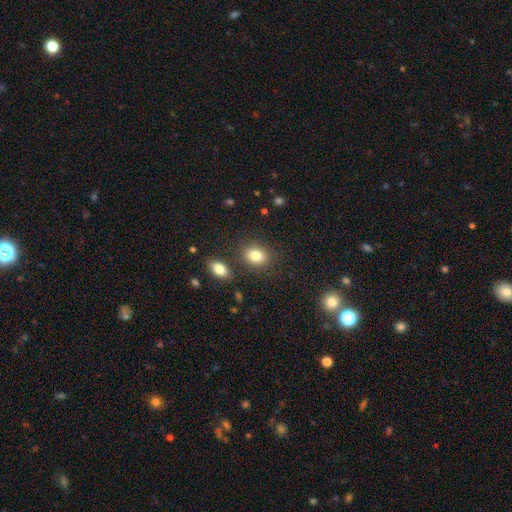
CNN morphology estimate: Smooth or featured? smooth (83%)
How rounded? in between (52%)
Merging? none (80%)